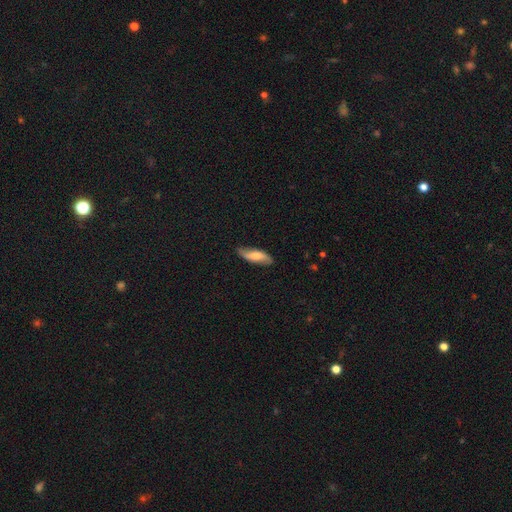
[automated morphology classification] Smooth or featured?
  - smooth: 52% *
  - featured or disk: 42%
  - star or artifact: 6%
How rounded?
  - in between: 55% *
  - cigar-shaped: 42%
  - round: 3%
Merging?
  - none: 81% *
  - minor disturbance: 15%
  - major disturbance: 3%
  - merger: 1%